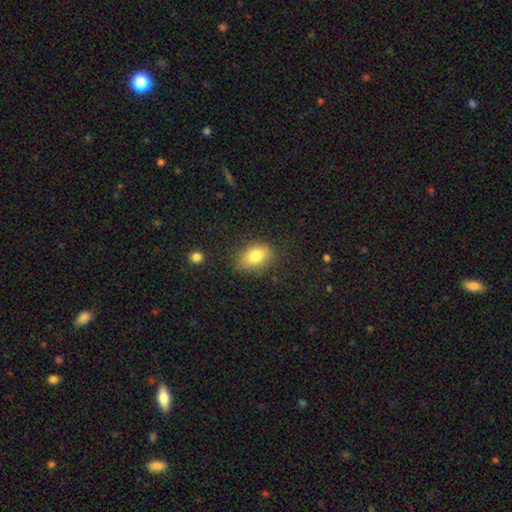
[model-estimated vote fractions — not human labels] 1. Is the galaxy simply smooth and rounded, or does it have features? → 80% smooth, 11% featured or disk, 9% star or artifact.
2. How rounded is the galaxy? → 82% in between, 16% round, 2% cigar-shaped.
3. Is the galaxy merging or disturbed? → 75% none, 18% minor disturbance, 5% major disturbance, 2% merger.